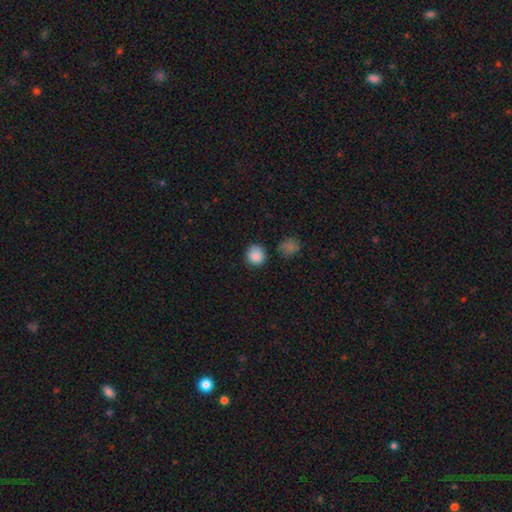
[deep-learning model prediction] smooth 87%, star or artifact 10%, featured or disk 3%. Down the decision tree: how rounded — round (91%); merging — none (82%).